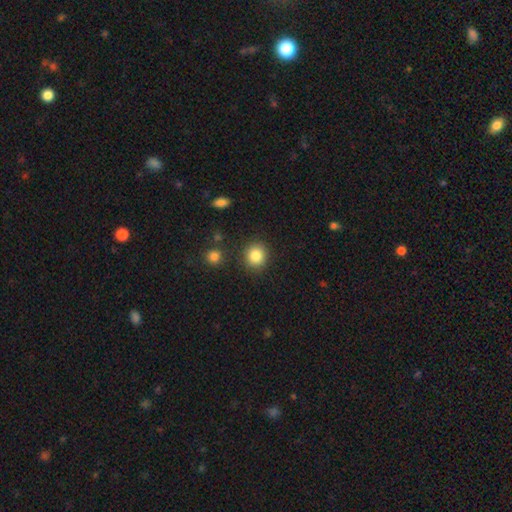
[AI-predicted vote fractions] smooth-or-featured: smooth: 85% | star or artifact: 10% | featured or disk: 5%
  how-rounded: round: 84% | in between: 15% | cigar-shaped: 1%
  merging: none: 87% | minor disturbance: 7% | merger: 3% | major disturbance: 3%